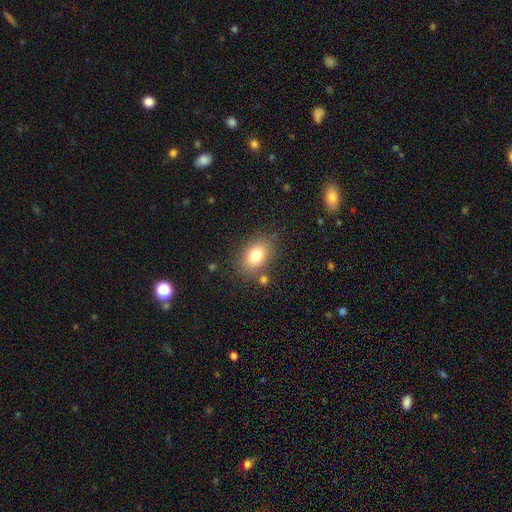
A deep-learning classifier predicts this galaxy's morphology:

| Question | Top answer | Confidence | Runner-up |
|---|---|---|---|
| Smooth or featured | smooth | 78% | featured or disk (11%) |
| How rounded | in between | 76% | round (23%) |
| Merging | none | 79% | minor disturbance (12%) |